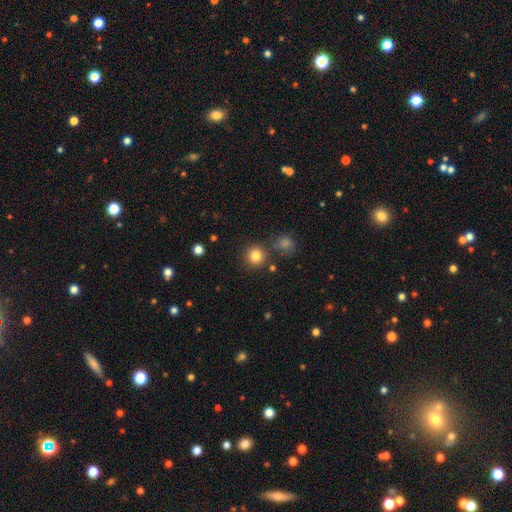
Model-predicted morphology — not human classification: smooth 83%, star or artifact 12%, featured or disk 6%. Down the decision tree: how rounded — round (93%); merging — none (83%).